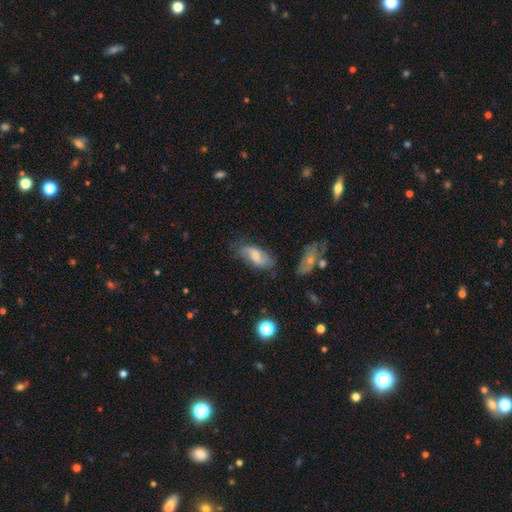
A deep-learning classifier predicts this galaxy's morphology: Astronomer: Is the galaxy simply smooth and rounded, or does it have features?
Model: smooth — 51% (runner-up: featured or disk, 41%).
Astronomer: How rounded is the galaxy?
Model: in between — 86%.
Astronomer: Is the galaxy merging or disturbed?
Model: none — 64%.